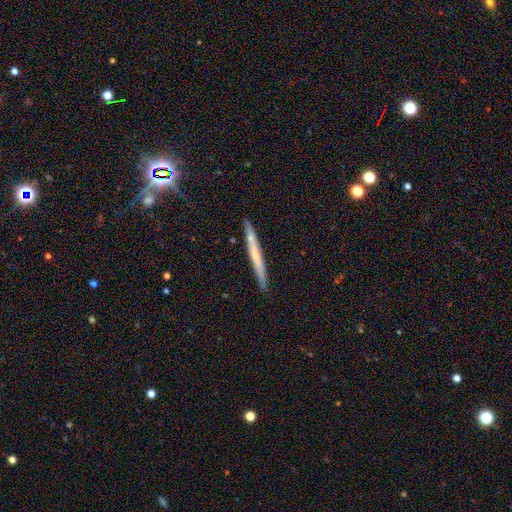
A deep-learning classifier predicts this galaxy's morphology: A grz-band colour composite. It shows a smooth galaxy with no disk features (51%) that is cigar-shaped (97%). Merging: none (87%).